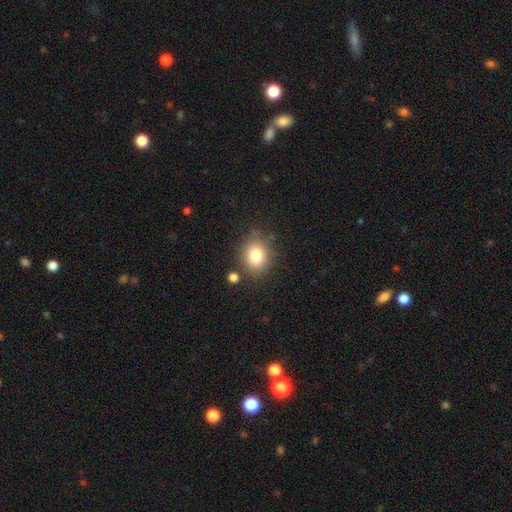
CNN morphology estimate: Smooth or featured? Predicted: smooth (p=0.81). How rounded? Predicted: round (p=0.60). Merging? Predicted: none (p=0.78).